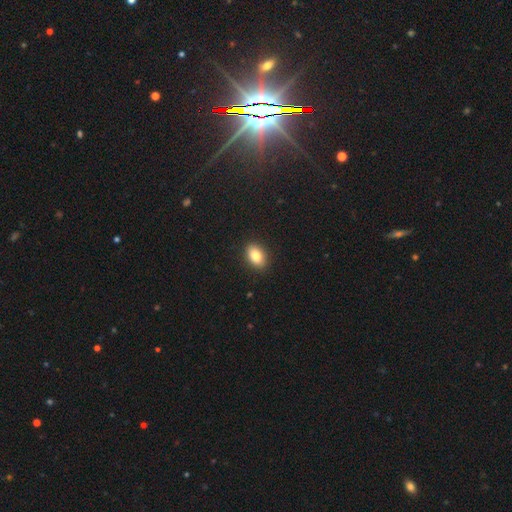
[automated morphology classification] Smooth or featured: smooth — 82% (featured or disk — 9%)
How rounded: in between — 85% (round — 13%)
Merging: none — 90% (minor disturbance — 7%)